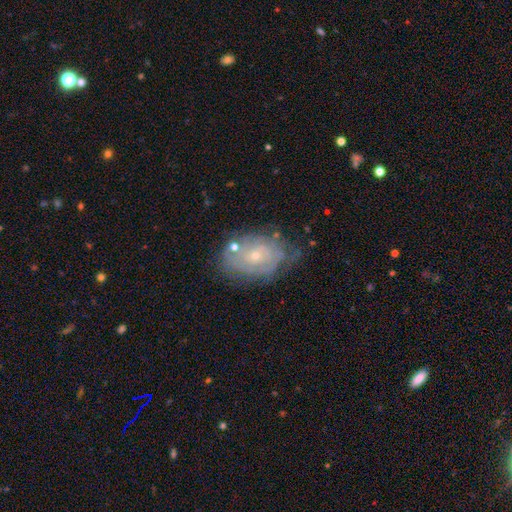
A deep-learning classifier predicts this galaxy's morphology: type=featured or disk (68%); edge-on=no (95%); bar=no (80%); spiral arms=yes (71%); bulge=small (73%); merging=none (56%).